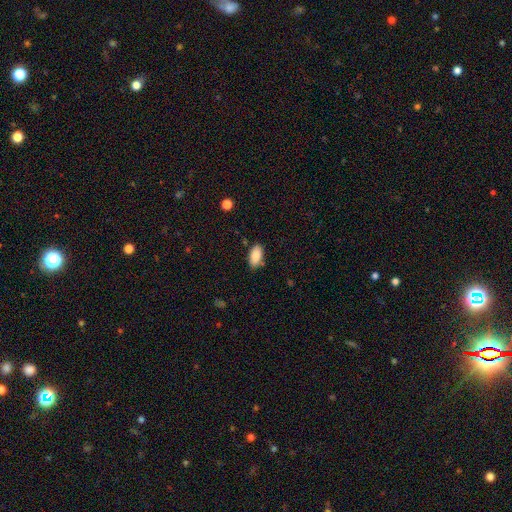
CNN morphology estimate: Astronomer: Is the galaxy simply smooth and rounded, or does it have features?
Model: smooth — 87%.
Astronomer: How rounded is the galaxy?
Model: in between — 94%.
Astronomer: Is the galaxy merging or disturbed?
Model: none — 81%.